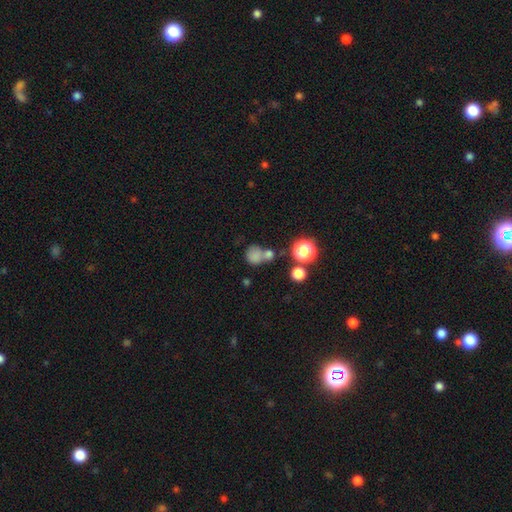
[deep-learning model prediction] smooth_or_featured: smooth (p=0.74) [alt: star or artifact p=0.16]
how_rounded: round (p=0.79) [alt: in between p=0.20]
merging: none (p=0.41) [alt: merger p=0.40]